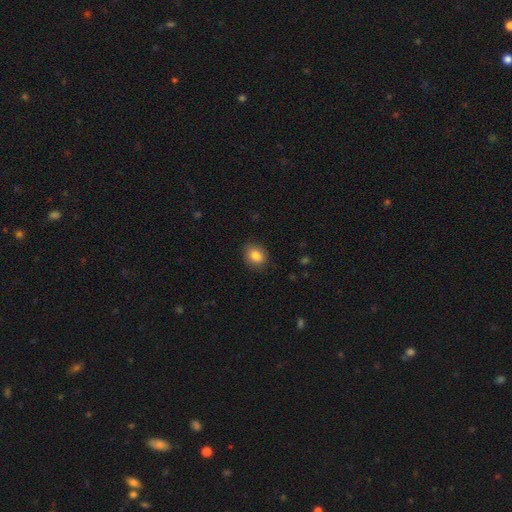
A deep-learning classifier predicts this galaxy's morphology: Smooth or featured? Predicted: smooth (p=0.86). How rounded? Predicted: round (p=0.52). Merging? Predicted: none (p=0.85).